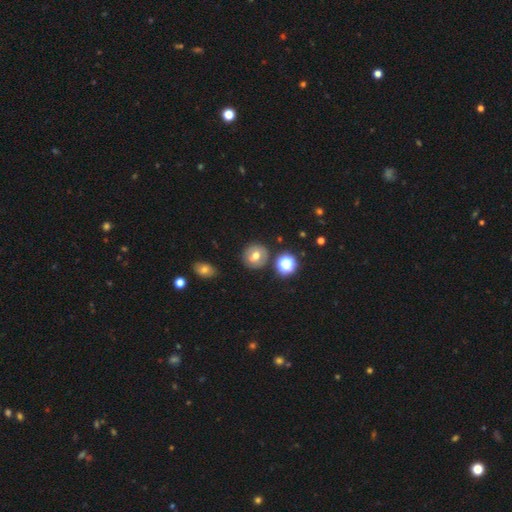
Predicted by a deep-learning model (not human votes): Overall: smooth (61%; featured or disk 26%). How rounded: round (89%). Merging: none (84%).